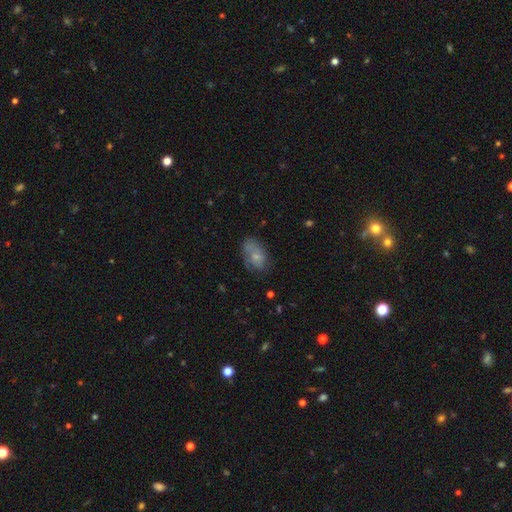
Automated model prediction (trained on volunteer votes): smooth-or-featured: smooth: 65% | featured or disk: 26% | star or artifact: 9%
  how-rounded: in between: 87% | round: 11% | cigar-shaped: 2%
  merging: none: 53% | minor disturbance: 28% | major disturbance: 13% | merger: 5%